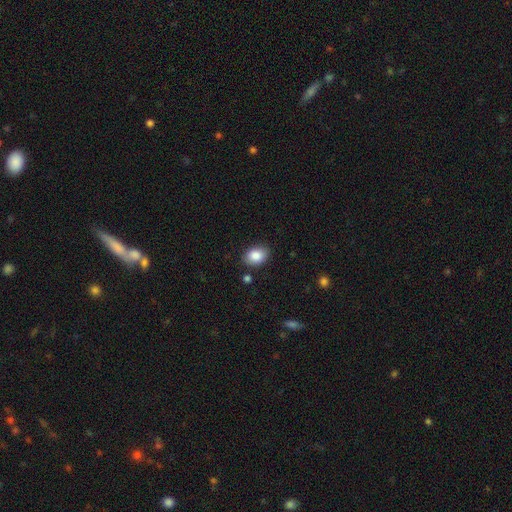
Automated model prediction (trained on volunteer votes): This is clearly a smooth galaxy (87%). How rounded: likely in between (76%). Merging: clearly none (83%).